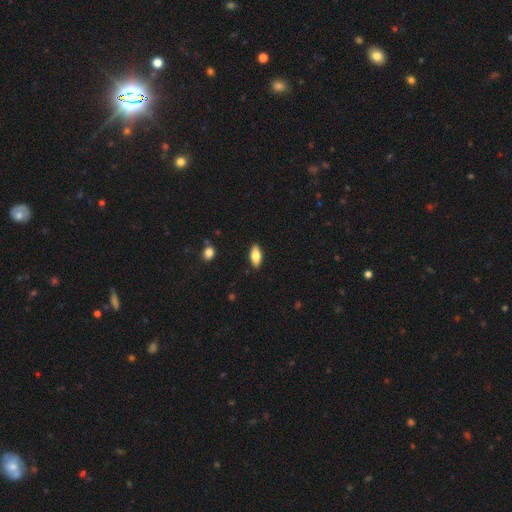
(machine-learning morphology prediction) Smooth or featured?
  - smooth: 77% *
  - featured or disk: 17%
  - star or artifact: 7%
How rounded?
  - in between: 85% *
  - cigar-shaped: 13%
  - round: 3%
Merging?
  - none: 88% *
  - minor disturbance: 9%
  - major disturbance: 2%
  - merger: 1%